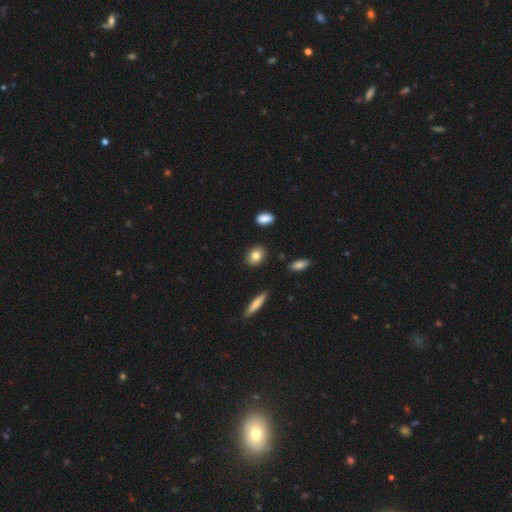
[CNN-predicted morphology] Q: Smooth or featured?
A: smooth (82%); runner-up: featured or disk (11%)
Q: How rounded?
A: in between (56%); runner-up: round (41%)
Q: Merging?
A: none (88%); runner-up: minor disturbance (8%)